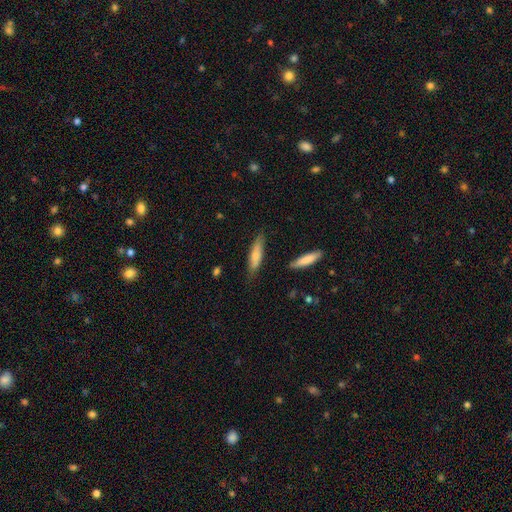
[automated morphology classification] A smooth galaxy with no disk features (72%) that is cigar-shaped (70%).

Vote fractions:
- Smooth or featured? smooth: 72% / featured or disk: 23% / star or artifact: 6%
- How rounded? cigar-shaped: 70% / in between: 28% / round: 2%
- Merging? none: 78% / minor disturbance: 16% / merger: 3% / major disturbance: 3%